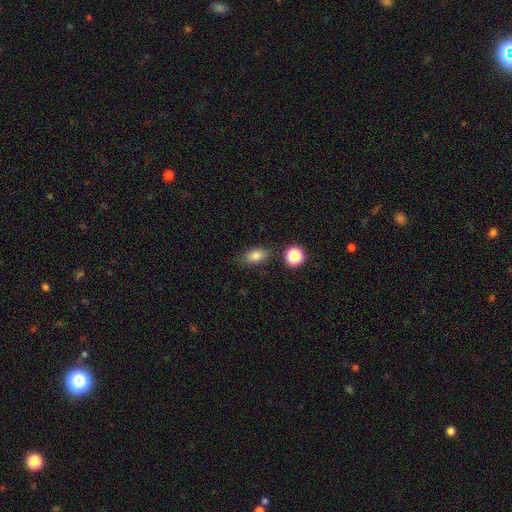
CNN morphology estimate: type=smooth (82%); roundness=in between (83%); merging=none (79%).